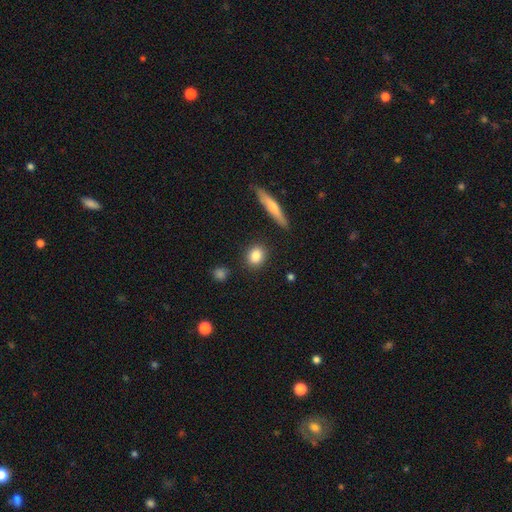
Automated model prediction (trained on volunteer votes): Morphology: type=smooth (84%); roundness=round (58%); merging=none (87%).